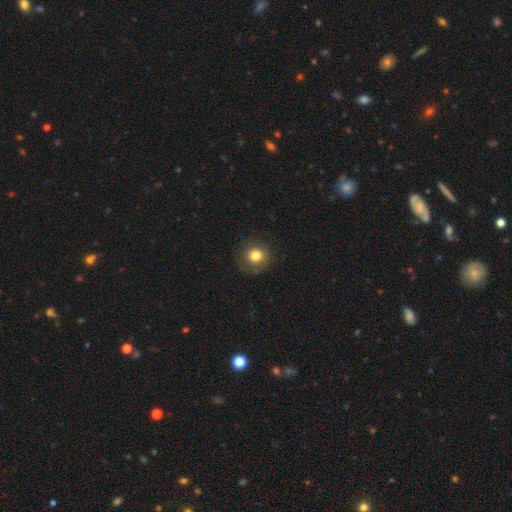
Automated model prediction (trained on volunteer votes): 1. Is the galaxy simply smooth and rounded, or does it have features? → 79% smooth, 11% star or artifact, 10% featured or disk.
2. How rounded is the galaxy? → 88% round, 11% in between, 1% cigar-shaped.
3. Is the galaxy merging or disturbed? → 79% none, 13% minor disturbance, 6% major disturbance, 1% merger.